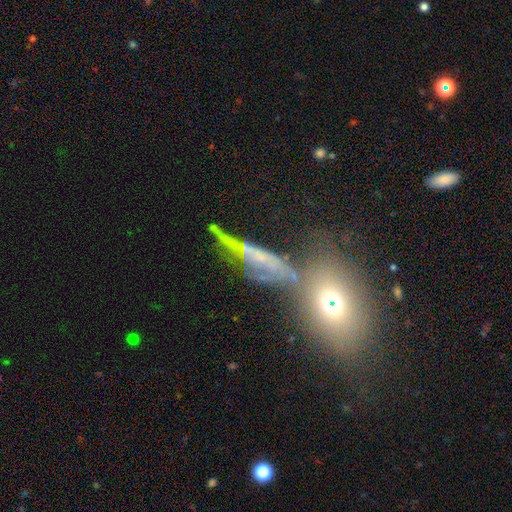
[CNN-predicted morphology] Q: Smooth or featured?
A: featured or disk (60%); runner-up: smooth (22%)
Q: Edge-on disk?
A: no (51%); runner-up: yes (49%)
Q: Merging?
A: none (44%); runner-up: merger (25%)